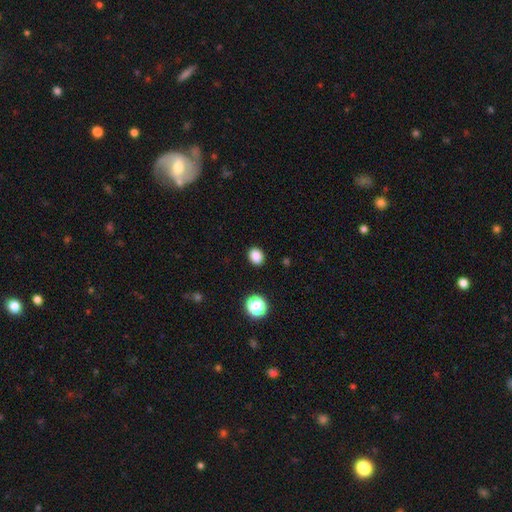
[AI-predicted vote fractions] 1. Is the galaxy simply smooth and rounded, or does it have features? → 86% smooth, 11% star or artifact, 3% featured or disk.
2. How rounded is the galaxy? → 57% round, 42% in between, 1% cigar-shaped.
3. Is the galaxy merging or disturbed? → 90% none, 7% minor disturbance, 2% major disturbance, 1% merger.